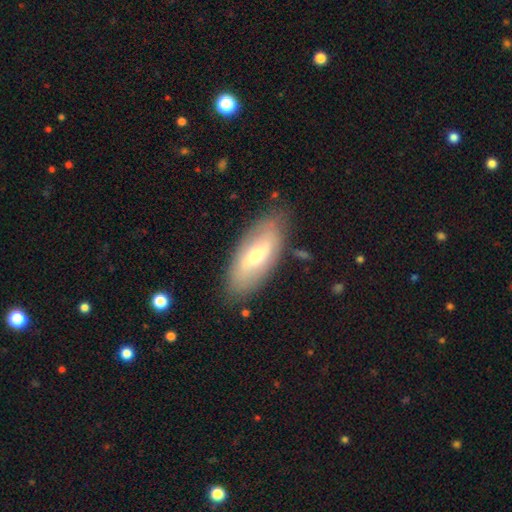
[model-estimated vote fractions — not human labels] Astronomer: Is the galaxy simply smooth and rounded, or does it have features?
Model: featured or disk — 50% (runner-up: smooth, 44%).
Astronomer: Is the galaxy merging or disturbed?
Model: none — 80%.